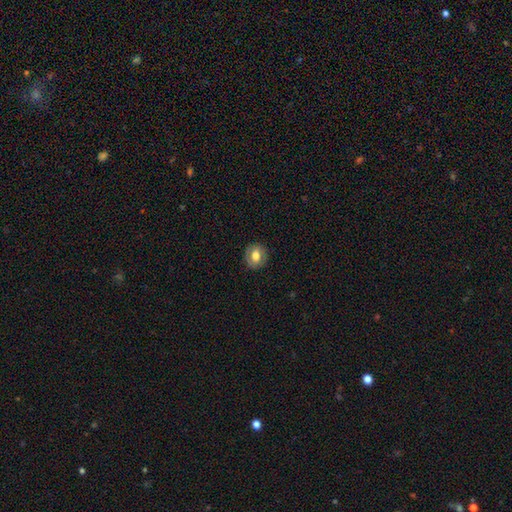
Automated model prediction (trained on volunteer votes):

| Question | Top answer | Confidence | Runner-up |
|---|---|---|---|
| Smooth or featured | smooth | 61% | featured or disk (31%) |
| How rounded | round | 71% | in between (27%) |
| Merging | none | 85% | minor disturbance (11%) |